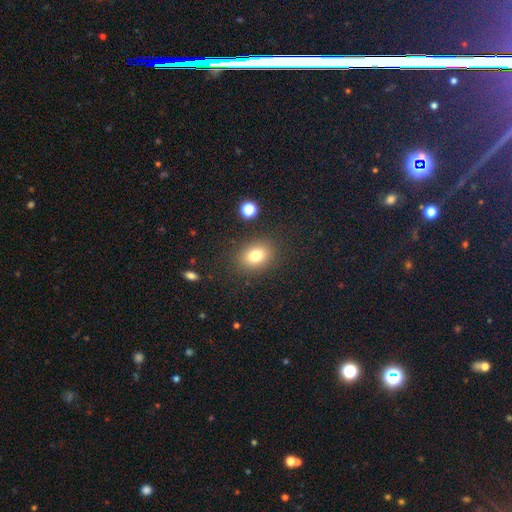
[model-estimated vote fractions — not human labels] Smooth or featured: smooth — 78% (star or artifact — 12%)
How rounded: in between — 58% (round — 41%)
Merging: none — 86% (minor disturbance — 9%)